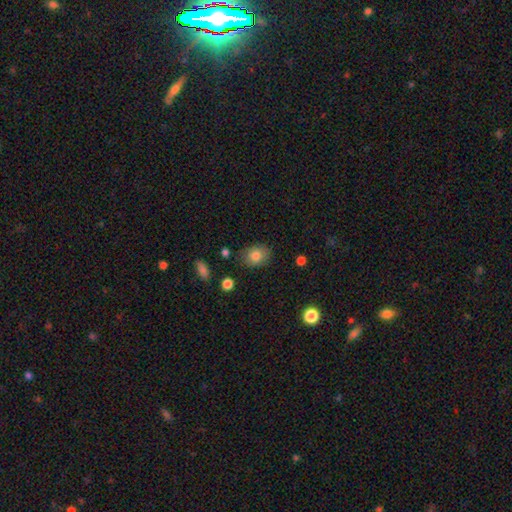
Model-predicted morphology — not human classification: A smooth galaxy with no disk features (81%) that is in between round and cigar-shaped (62%).

Vote fractions:
- Smooth or featured? smooth: 81% / featured or disk: 10% / star or artifact: 9%
- How rounded? in between: 62% / round: 37% / cigar-shaped: 1%
- Merging? none: 81% / minor disturbance: 14% / major disturbance: 3% / merger: 2%